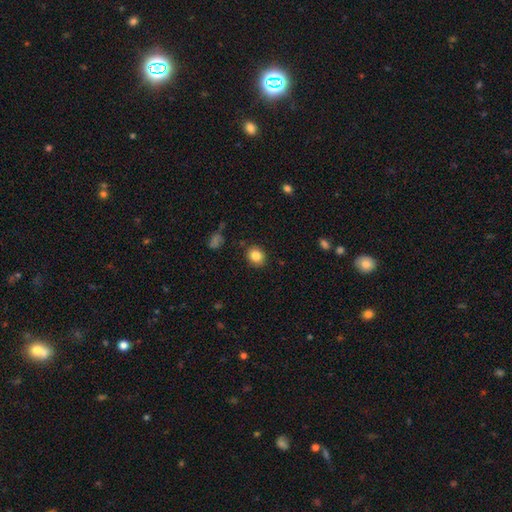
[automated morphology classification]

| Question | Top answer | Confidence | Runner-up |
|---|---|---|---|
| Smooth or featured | smooth | 84% | star or artifact (10%) |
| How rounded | round | 71% | in between (28%) |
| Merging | none | 88% | minor disturbance (8%) |